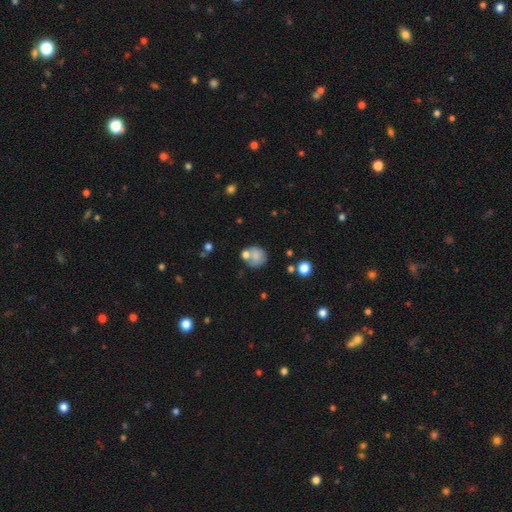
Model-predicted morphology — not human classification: Smooth or featured? smooth (74%)
How rounded? round (82%)
Merging? none (52%)